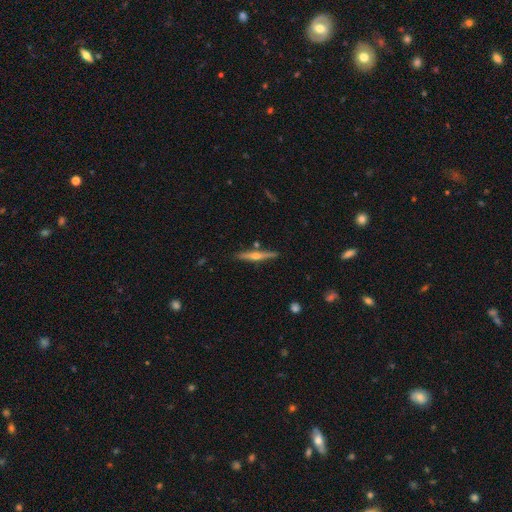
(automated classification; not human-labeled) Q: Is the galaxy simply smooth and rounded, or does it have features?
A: featured or disk — 69%.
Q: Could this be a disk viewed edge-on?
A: yes — 97%.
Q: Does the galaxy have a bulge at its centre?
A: rounded — 91%.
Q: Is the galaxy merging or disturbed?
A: none — 87%.